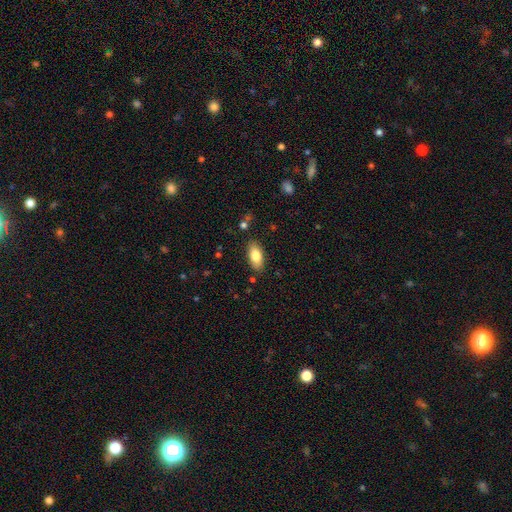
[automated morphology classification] Smooth or featured: smooth — 80% (featured or disk — 13%)
How rounded: in between — 89% (cigar-shaped — 8%)
Merging: none — 85% (minor disturbance — 11%)